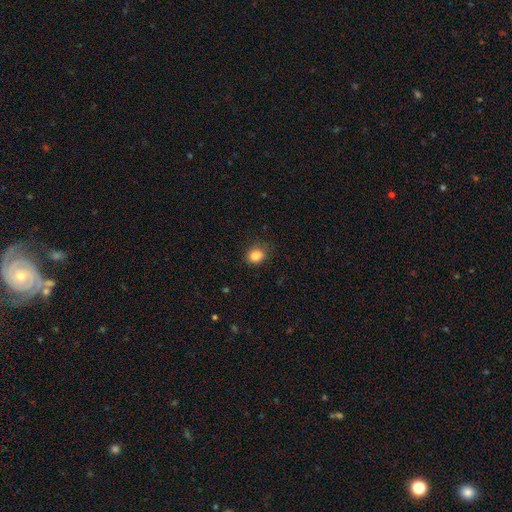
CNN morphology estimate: smooth 84%, star or artifact 11%, featured or disk 5%. Down the decision tree: how rounded — round (58%); merging — none (80%).